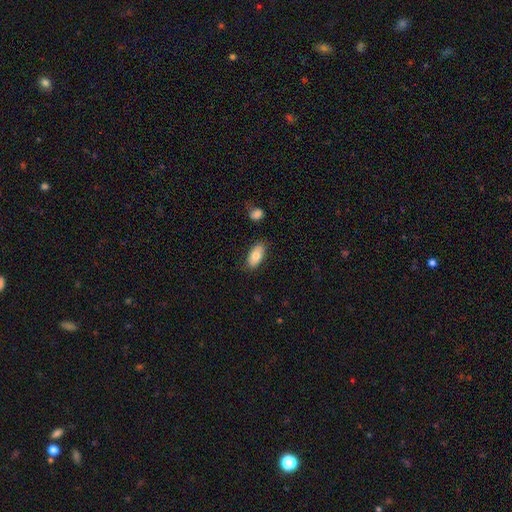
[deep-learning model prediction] Smooth or featured: smooth — 79% (featured or disk — 14%)
How rounded: in between — 92% (cigar-shaped — 6%)
Merging: none — 81% (minor disturbance — 14%)